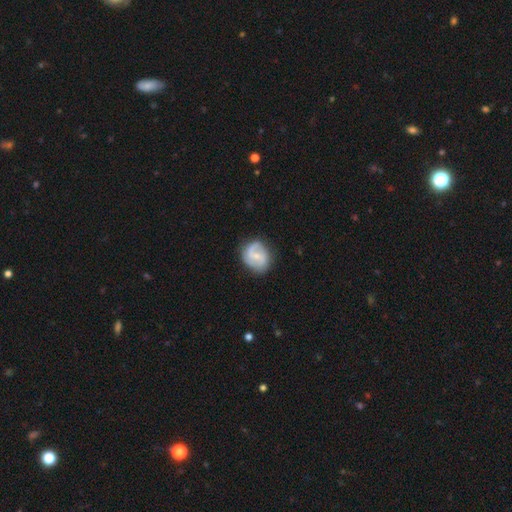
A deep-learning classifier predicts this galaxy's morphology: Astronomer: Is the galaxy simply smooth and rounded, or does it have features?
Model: featured or disk — 67%.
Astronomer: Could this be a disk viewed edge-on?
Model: no — 98%.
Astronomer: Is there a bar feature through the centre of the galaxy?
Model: weak — 51% (runner-up: no, 36%).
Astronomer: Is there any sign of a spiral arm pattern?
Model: yes — 89%.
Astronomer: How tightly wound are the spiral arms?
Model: medium — 46% (runner-up: loose, 32%).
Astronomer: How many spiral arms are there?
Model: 2 — 80%.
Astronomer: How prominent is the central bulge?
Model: small — 61%.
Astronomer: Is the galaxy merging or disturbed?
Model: none — 73%.